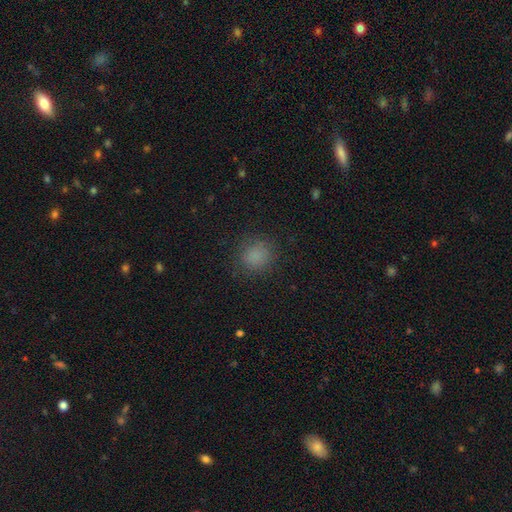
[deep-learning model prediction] This is clearly a smooth galaxy (81%). How rounded: clearly round (83%). Merging: clearly none (84%).